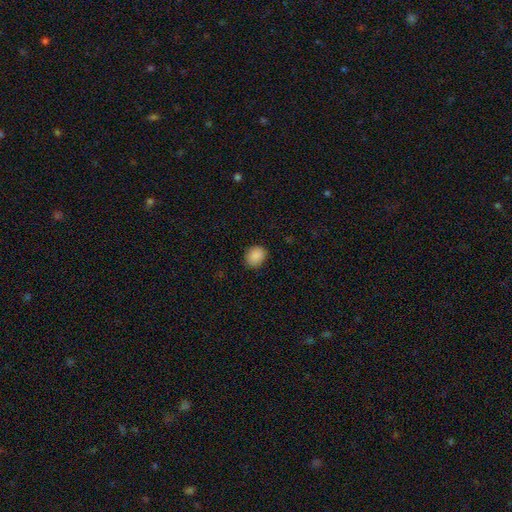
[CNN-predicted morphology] Smooth or featured? Predicted: smooth (p=0.89). How rounded? Predicted: round (p=0.55). Merging? Predicted: none (p=0.85).